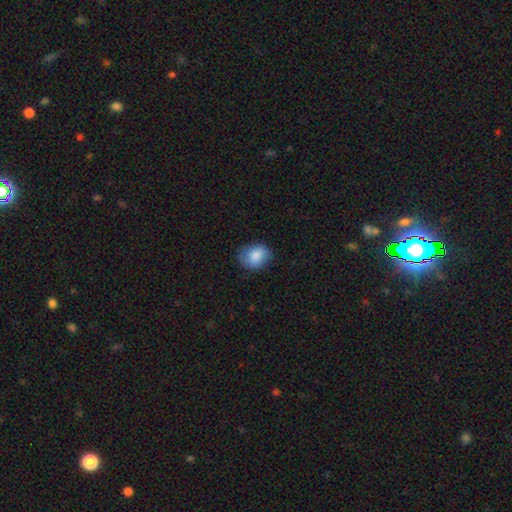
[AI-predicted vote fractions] smooth 85%, featured or disk 8%, star or artifact 7%. Down the decision tree: how rounded — in between (50%); merging — none (71%).